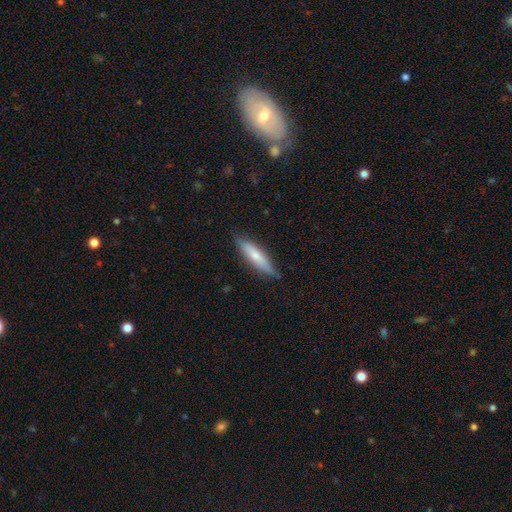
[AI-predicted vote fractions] This is likely a smooth galaxy (66%). How rounded: likely cigar-shaped (78%). Merging: clearly none (80%).